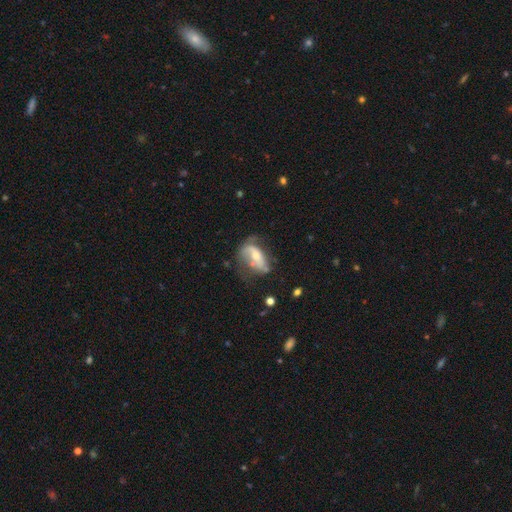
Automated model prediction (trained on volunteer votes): smooth_or_featured: featured or disk (p=0.62) [alt: smooth p=0.30]
disk_edge_on: no (p=0.89) [alt: yes p=0.11]
bar: no (p=0.52) [alt: weak p=0.27]
has_spiral_arms: yes (p=0.62) [alt: no p=0.38]
bulge_size: moderate (p=0.54) [alt: small p=0.39]
merging: none (p=0.39) [alt: minor disturbance p=0.29]